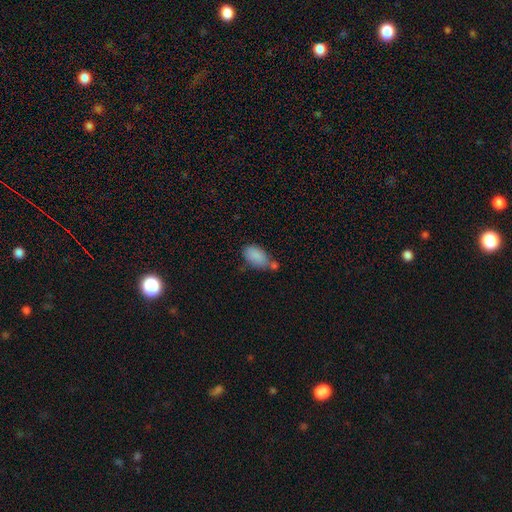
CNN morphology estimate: A smooth galaxy with no disk features (85%) that is in between round and cigar-shaped (92%). Merging: none (44%).